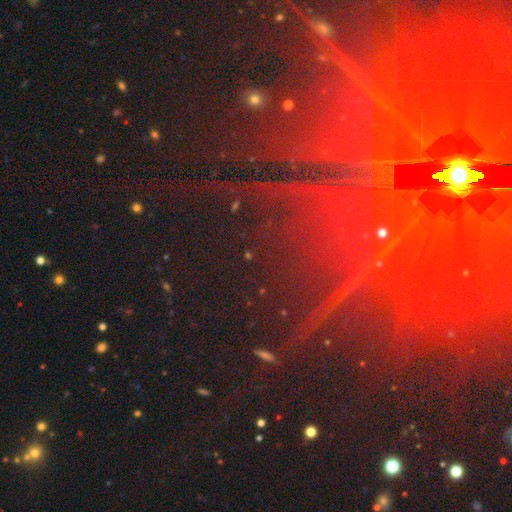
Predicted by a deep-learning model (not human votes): Smooth or featured?
  - star or artifact: 79% *
  - featured or disk: 14%
  - smooth: 7%